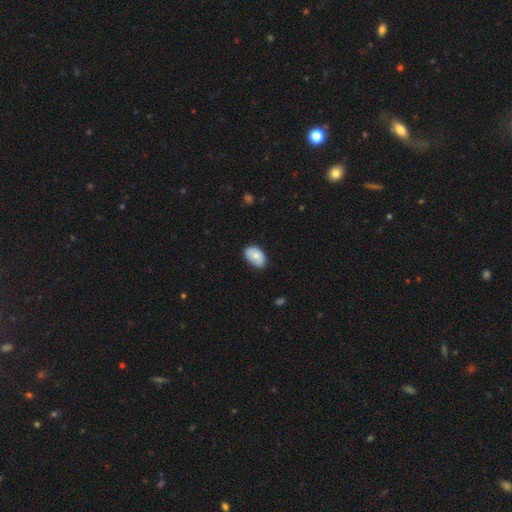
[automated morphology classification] A smooth galaxy with no disk features (77%) that is in between round and cigar-shaped (89%).

Vote fractions:
- Smooth or featured? smooth: 77% / featured or disk: 17% / star or artifact: 6%
- How rounded? in between: 89% / round: 9% / cigar-shaped: 1%
- Merging? none: 75% / minor disturbance: 21% / major disturbance: 3% / merger: 1%